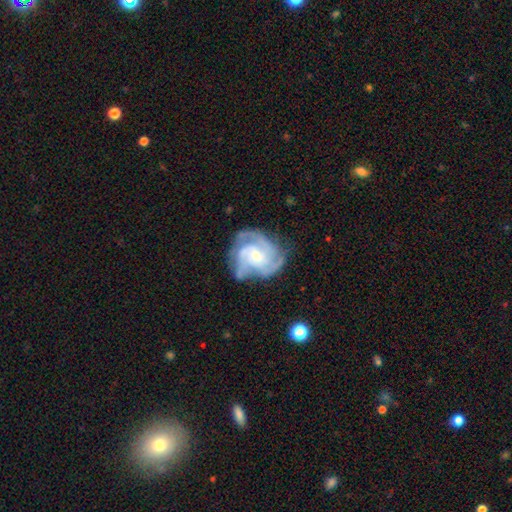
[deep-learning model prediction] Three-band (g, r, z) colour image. It shows a featured or disk galaxy (89%) with no bar (63%), 3 (49%) tight (56%) spiral arms (98%) and a small central bulge (58%). Merging: none (69%).